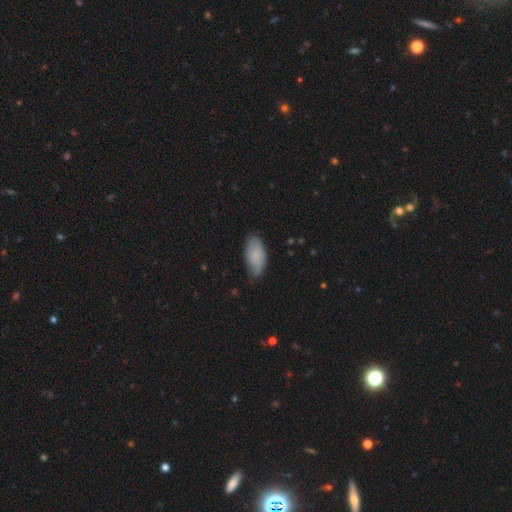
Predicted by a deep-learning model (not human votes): Q: Smooth or featured?
A: smooth (76%); runner-up: featured or disk (17%)
Q: How rounded?
A: in between (93%); runner-up: cigar-shaped (4%)
Q: Merging?
A: none (65%); runner-up: minor disturbance (29%)